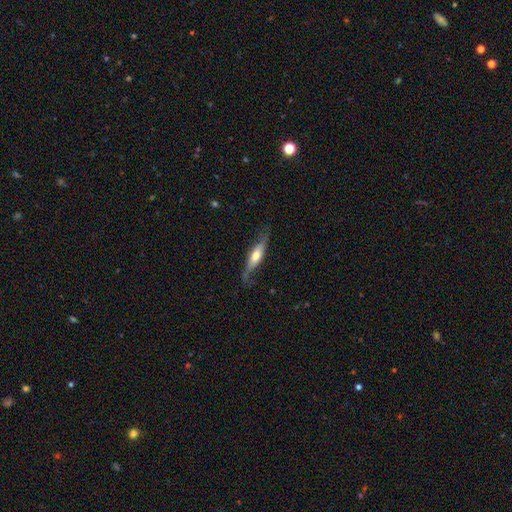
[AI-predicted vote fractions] Smooth or featured: featured or disk — 61% (smooth — 34%)
Edge-on disk: yes — 61% (no — 39%)
Merging: none — 61% (minor disturbance — 25%)